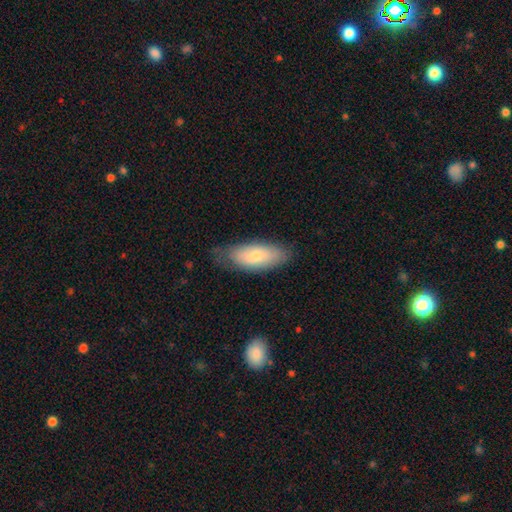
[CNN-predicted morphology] smooth 72%, featured or disk 21%, star or artifact 6%. Down the decision tree: how rounded — in between (82%); merging — none (68%).